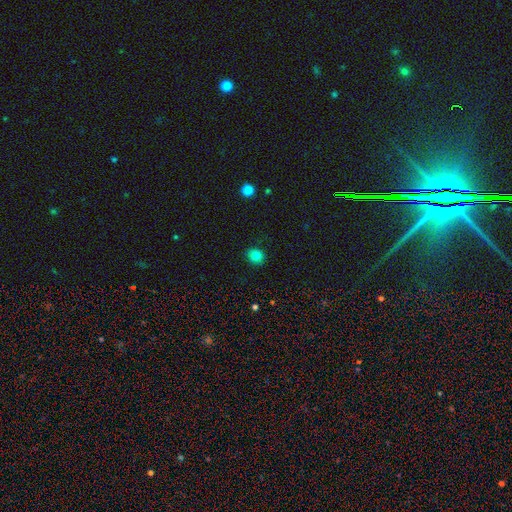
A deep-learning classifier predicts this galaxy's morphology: The model was most divided on "how rounded": round: 66%, in between: 33%, cigar-shaped: 1%. More confident: merging — none (86%); smooth or featured — smooth (83%).